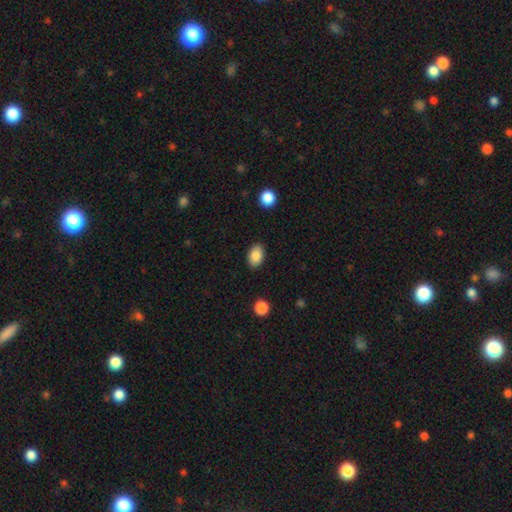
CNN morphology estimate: Q: Smooth or featured?
A: smooth (86%); runner-up: star or artifact (8%)
Q: How rounded?
A: in between (86%); runner-up: round (13%)
Q: Merging?
A: none (87%); runner-up: minor disturbance (9%)